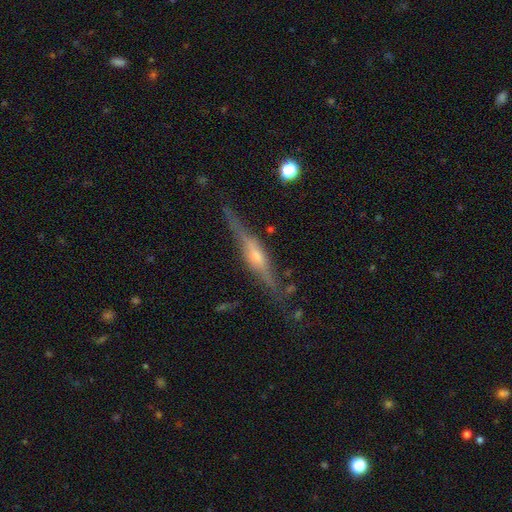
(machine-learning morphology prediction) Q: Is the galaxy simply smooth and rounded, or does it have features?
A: featured or disk — 79%.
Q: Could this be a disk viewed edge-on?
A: yes — 97%.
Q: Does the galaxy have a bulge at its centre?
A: rounded — 77%.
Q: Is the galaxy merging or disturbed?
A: none — 81%.